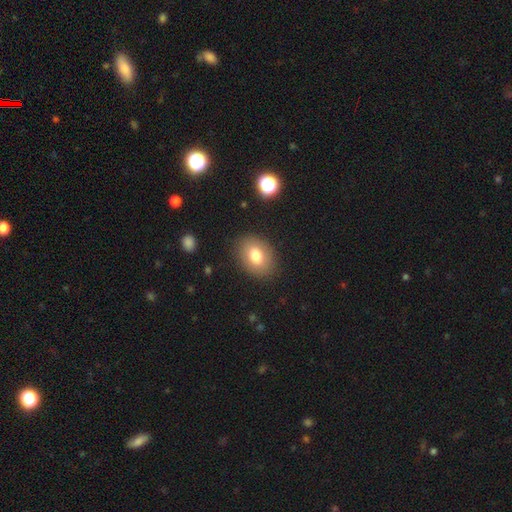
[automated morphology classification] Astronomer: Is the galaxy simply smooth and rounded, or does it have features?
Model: smooth — 78%.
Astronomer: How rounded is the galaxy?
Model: in between — 69%.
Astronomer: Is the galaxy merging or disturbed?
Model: none — 86%.